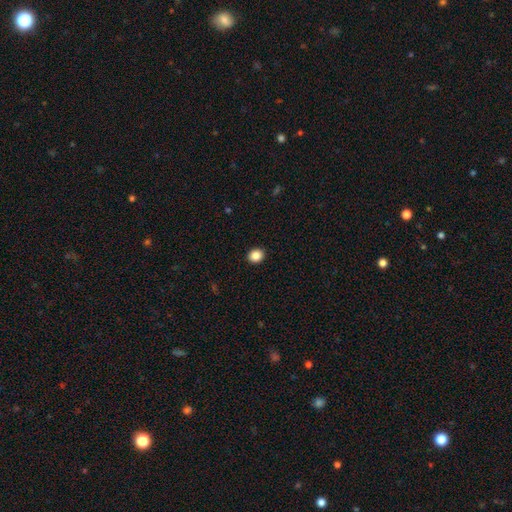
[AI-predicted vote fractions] smooth-or-featured: smooth: 87% | star or artifact: 9% | featured or disk: 3%
  how-rounded: round: 69% | in between: 30% | cigar-shaped: 1%
  merging: none: 92% | minor disturbance: 5% | major disturbance: 2% | merger: 1%